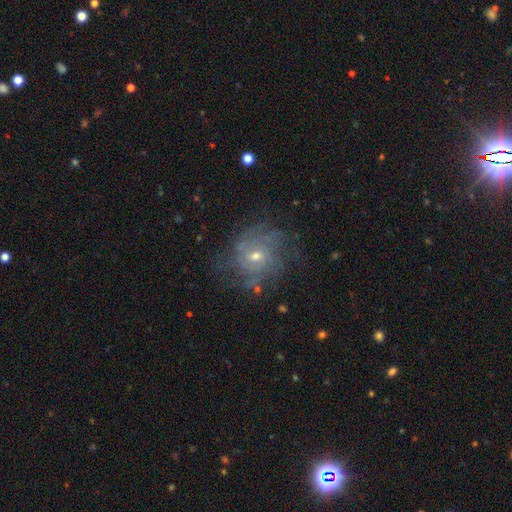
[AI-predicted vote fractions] A featured or disk galaxy (69%) with no bar (70%), tight (52%) spiral arms (82%) and a small central bulge (57%).

Vote fractions:
- Smooth or featured? featured or disk: 69% / smooth: 18% / star or artifact: 13%
- Edge-on disk? no: 97% / yes: 3%
- Bar? no: 70% / weak: 26% / strong: 4%
- Spiral arms? yes: 82% / no: 18%
- Spiral winding? tight: 52% / medium: 33% / loose: 16%
- Spiral arm count? can't tell: 52% / 4: 12% / 3: 11% / 2: 11% / more than 4: 9% / 1: 5%
- Bulge size? small: 57% / moderate: 39% / large: 2% / none: 1% / dominant: 1%
- Merging? none: 67% / minor disturbance: 18% / major disturbance: 13% / merger: 2%